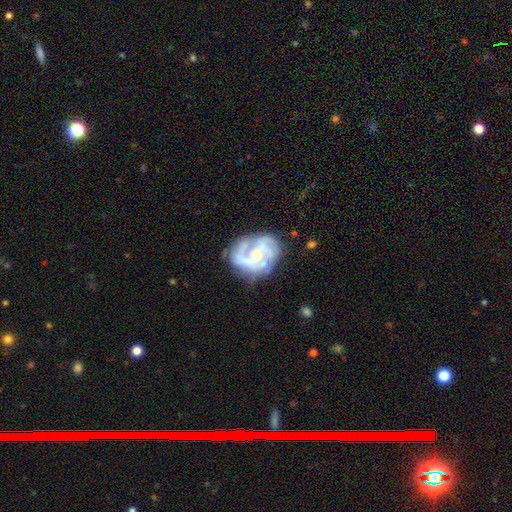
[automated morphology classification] A featured or disk galaxy (75%) with no bar (65%), tight (41%, tied with medium) spiral arms (84%) and a small central bulge (45%). Merging: none (57%).